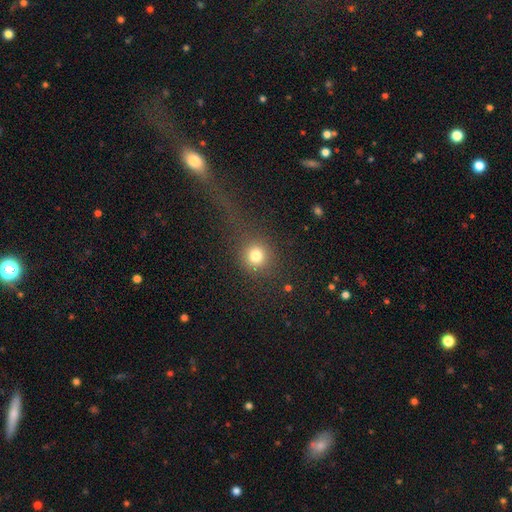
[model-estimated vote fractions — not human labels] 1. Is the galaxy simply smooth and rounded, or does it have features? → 78% smooth, 14% star or artifact, 8% featured or disk.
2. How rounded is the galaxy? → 89% round, 9% in between, 2% cigar-shaped.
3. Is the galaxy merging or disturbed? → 64% none, 15% major disturbance, 11% minor disturbance, 10% merger.